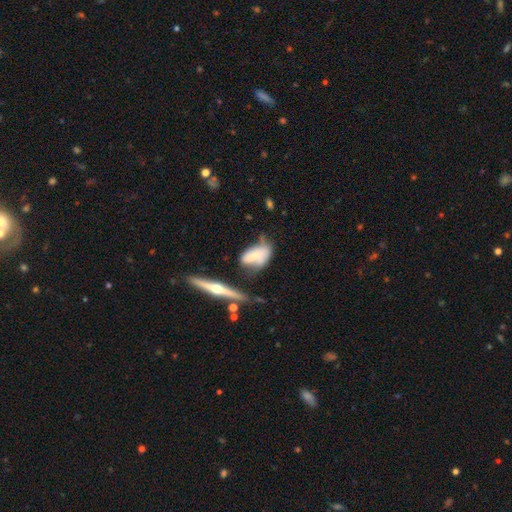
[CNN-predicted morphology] A smooth galaxy with no disk features (57%) that is in between round and cigar-shaped (89%). Merging: none (36%).